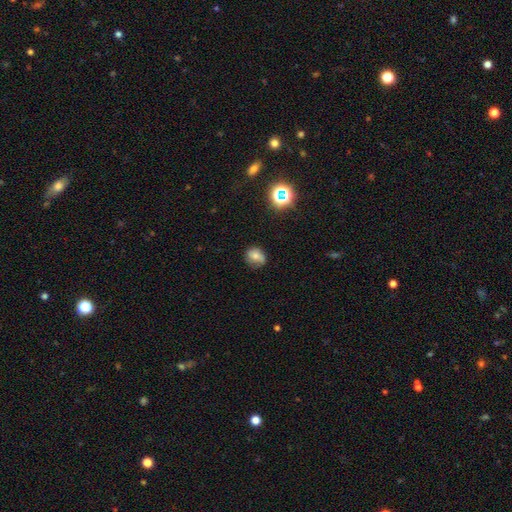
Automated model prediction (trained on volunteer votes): Smooth or featured?
  - smooth: 65% *
  - featured or disk: 20%
  - star or artifact: 15%
How rounded?
  - round: 57% *
  - in between: 41%
  - cigar-shaped: 1%
Merging?
  - none: 64% *
  - minor disturbance: 27%
  - major disturbance: 7%
  - merger: 2%